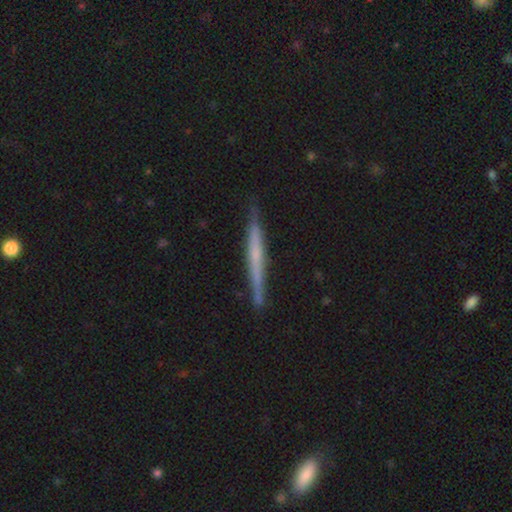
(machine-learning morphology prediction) Smooth or featured?
  - featured or disk: 57% *
  - smooth: 37%
  - star or artifact: 6%
Edge-on disk?
  - yes: 97% *
  - no: 3%
Edge-on bulge?
  - none: 71% *
  - rounded: 21%
  - boxy: 8%
Merging?
  - none: 86% *
  - minor disturbance: 11%
  - major disturbance: 2%
  - merger: 2%